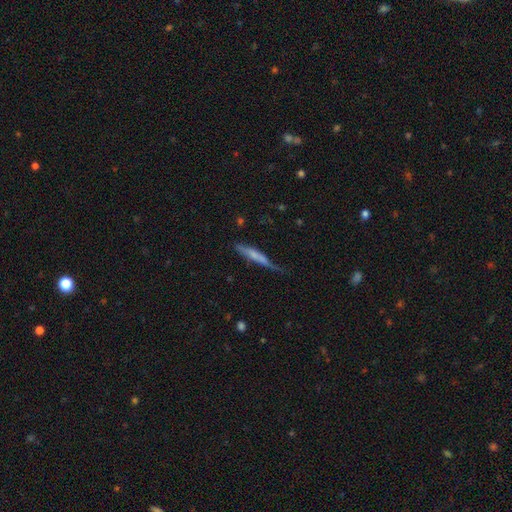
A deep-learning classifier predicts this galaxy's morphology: smooth 54%, featured or disk 39%, star or artifact 6%. Down the decision tree: how rounded — cigar-shaped (91%); merging — none (52%).